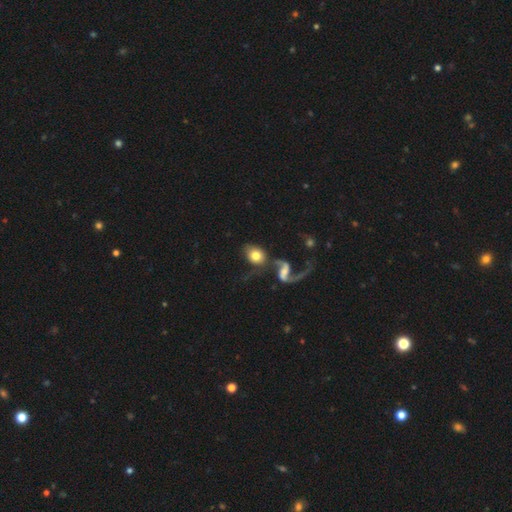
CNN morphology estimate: A smooth galaxy with no disk features (65%) that is in between round and cigar-shaped (50%).

Vote fractions:
- Smooth or featured? smooth: 65% / featured or disk: 27% / star or artifact: 8%
- How rounded? in between: 50% / round: 48% / cigar-shaped: 2%
- Merging? none: 39% / merger: 33% / major disturbance: 15% / minor disturbance: 13%